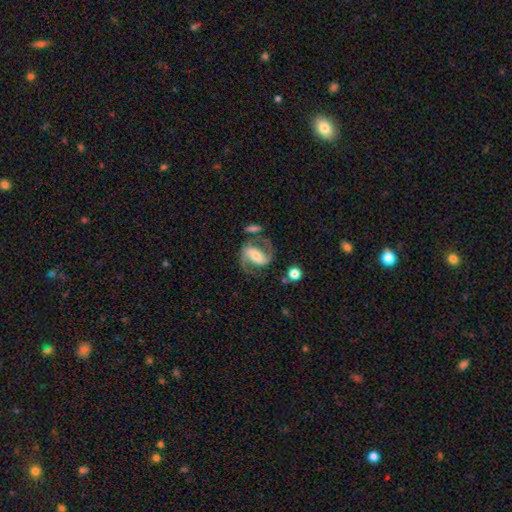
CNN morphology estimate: Smooth or featured? Predicted: featured or disk (p=0.86). Edge-on disk? Predicted: no (p=0.97). Bar? Predicted: strong (p=0.52). Spiral arms? Predicted: yes (p=0.96). Spiral winding? Predicted: medium (p=0.55). Spiral arm count? Predicted: 2 (p=0.92). Bulge size? Predicted: moderate (p=0.51). Merging? Predicted: none (p=0.70).